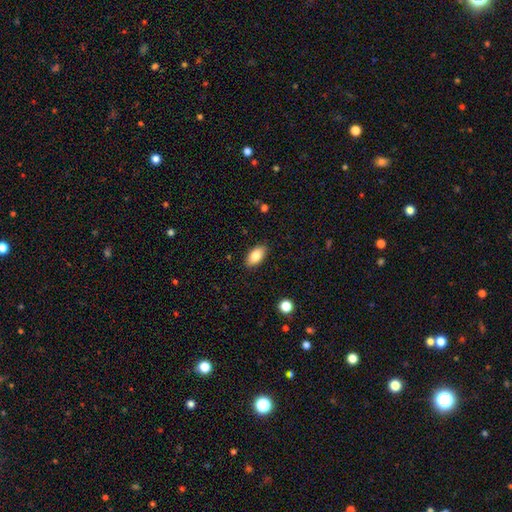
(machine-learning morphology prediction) This is clearly a smooth galaxy (84%). How rounded: clearly in between (93%). Merging: clearly none (88%).